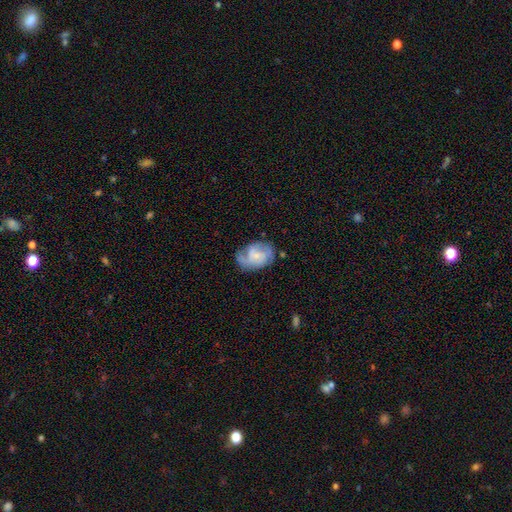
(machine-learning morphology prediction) Overall: featured or disk (69%). Edge-on disk: no (98%). Bar: no (61%; weak 33%). Spiral arms: yes (89%). Spiral arm count: 2 (39%; can't tell 26%). Spiral winding: medium (45%; tight 34%). Bulge size: small (63%; moderate 24%). Merging: none (58%; minor disturbance 26%).